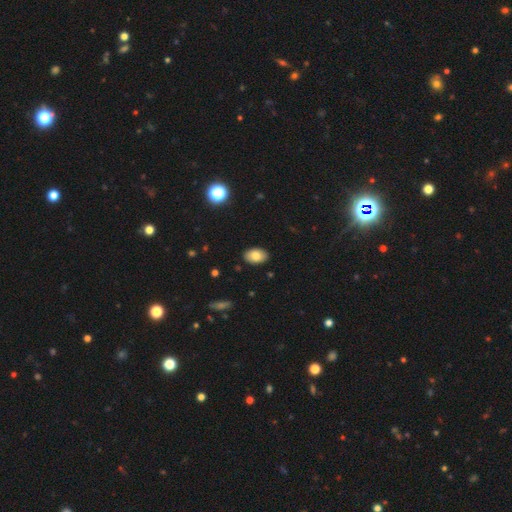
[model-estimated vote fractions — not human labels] smooth_or_featured: smooth (p=0.82) [alt: featured or disk p=0.09]
how_rounded: in between (p=0.90) [alt: round p=0.09]
merging: none (p=0.89) [alt: minor disturbance p=0.08]